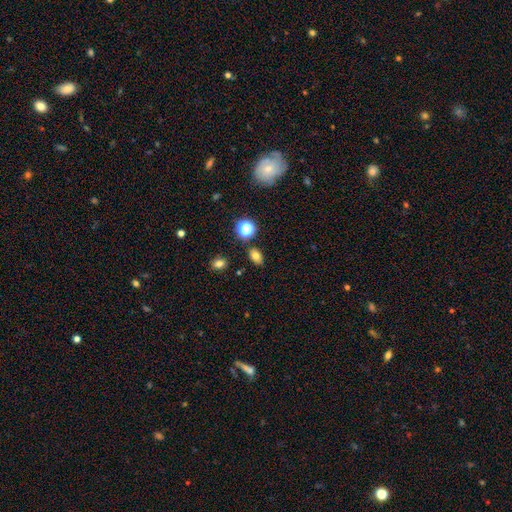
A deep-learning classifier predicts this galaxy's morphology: type=smooth (76%); roundness=in between (79%); merging=none (84%).